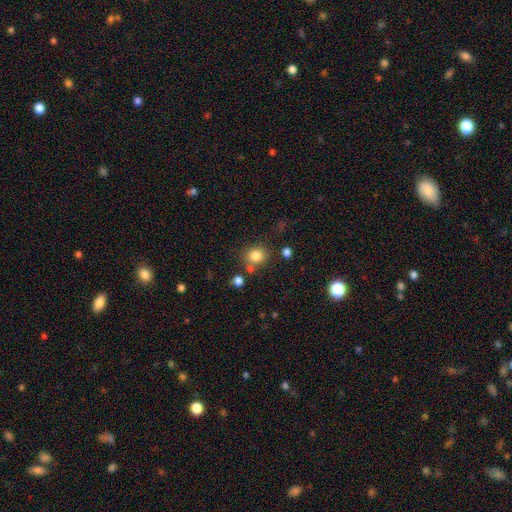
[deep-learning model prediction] The model was most divided on "how rounded": round: 78%, in between: 21%, cigar-shaped: 1%. More confident: smooth or featured — smooth (82%); merging — none (74%).